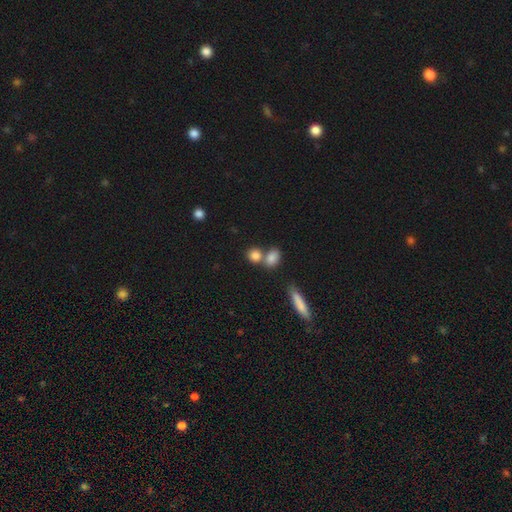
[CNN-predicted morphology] smooth_or_featured: smooth (p=0.83) [alt: star or artifact p=0.10]
how_rounded: round (p=0.68) [alt: in between p=0.28]
merging: none (p=0.51) [alt: merger p=0.37]